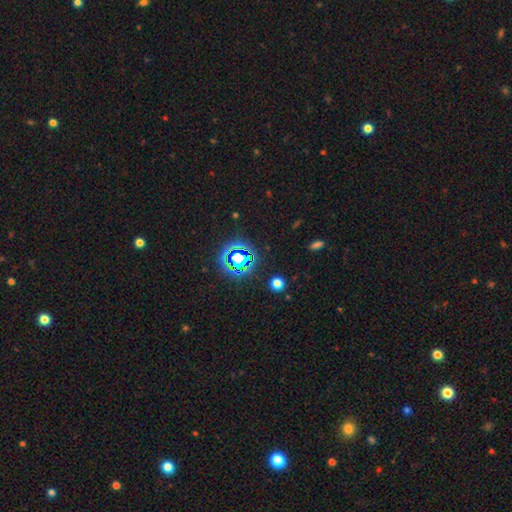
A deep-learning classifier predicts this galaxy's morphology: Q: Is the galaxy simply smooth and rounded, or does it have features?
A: star or artifact — 79%.